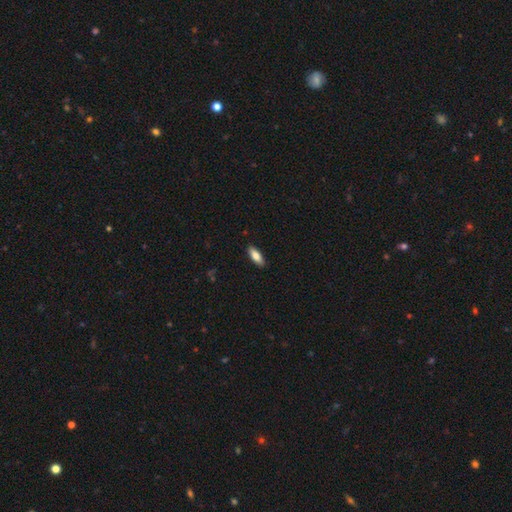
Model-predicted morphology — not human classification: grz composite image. It shows a smooth galaxy with no disk features (81%) that is in between round and cigar-shaped (74%). Merging: none (89%).